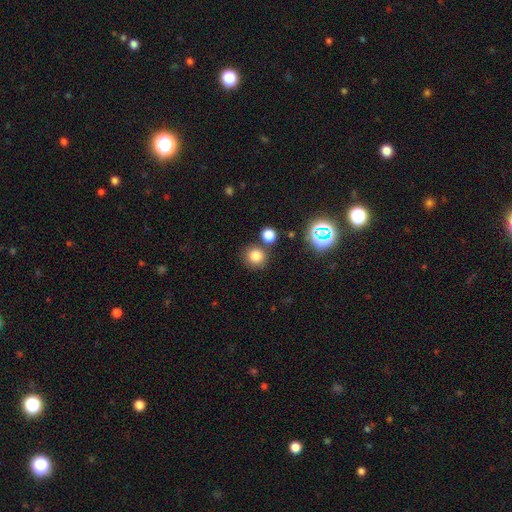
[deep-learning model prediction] This appears to be a smooth galaxy with no disk features (78%) that is round (89%). Merging: none (77%).